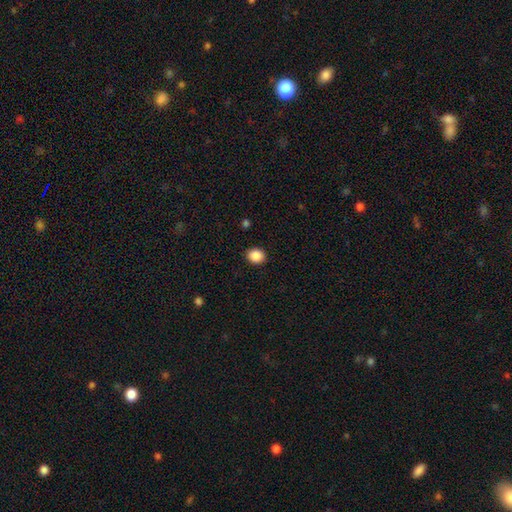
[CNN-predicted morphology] The model was most divided on "how rounded": round: 67%, in between: 32%, cigar-shaped: 1%. More confident: merging — none (91%); smooth or featured — smooth (89%).